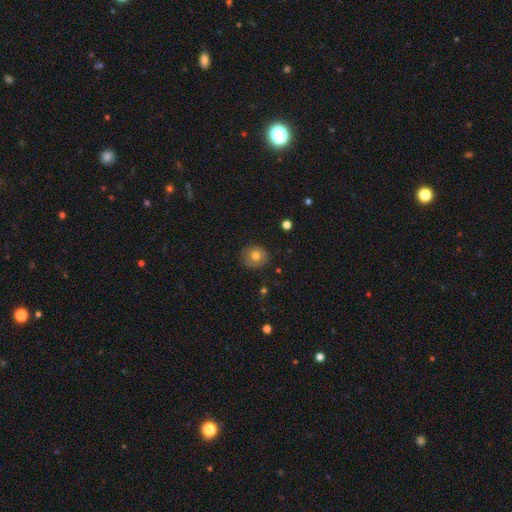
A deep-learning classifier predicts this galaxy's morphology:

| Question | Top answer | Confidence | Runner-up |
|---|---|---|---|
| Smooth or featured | smooth | 76% | featured or disk (13%) |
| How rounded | round | 84% | in between (15%) |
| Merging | none | 82% | minor disturbance (14%) |